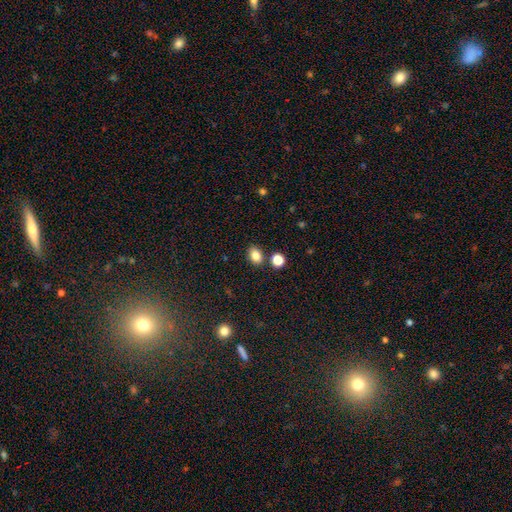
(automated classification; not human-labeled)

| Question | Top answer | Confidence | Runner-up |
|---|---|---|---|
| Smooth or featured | smooth | 83% | star or artifact (11%) |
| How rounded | in between | 69% | round (30%) |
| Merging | none | 80% | minor disturbance (10%) |